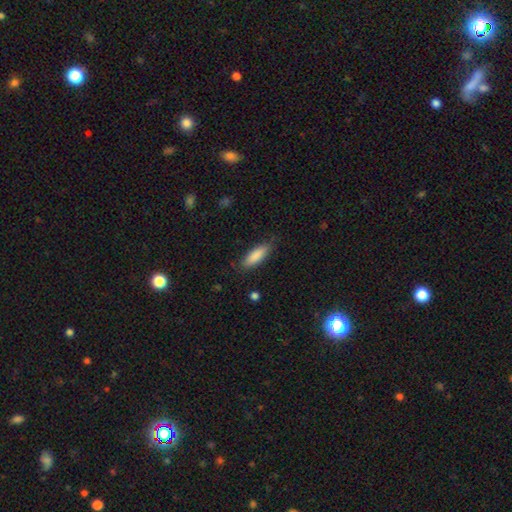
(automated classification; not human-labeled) smooth_or_featured: smooth (p=0.86) [alt: featured or disk p=0.07]
how_rounded: in between (p=0.56) [alt: cigar-shaped p=0.42]
merging: none (p=0.82) [alt: minor disturbance p=0.14]